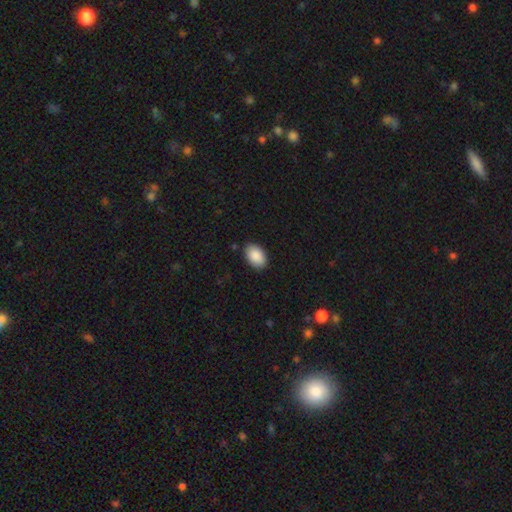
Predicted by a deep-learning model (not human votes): Morphology: type=smooth (90%); roundness=in between (90%); merging=none (88%).